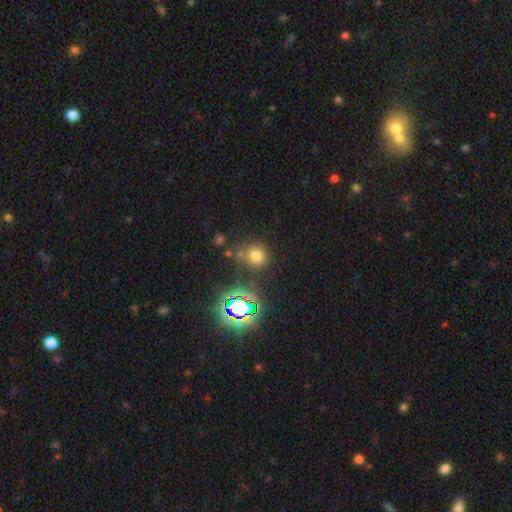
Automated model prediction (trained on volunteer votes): Smooth or featured? Predicted: smooth (p=0.68). How rounded? Predicted: round (p=0.88). Merging? Predicted: none (p=0.74).